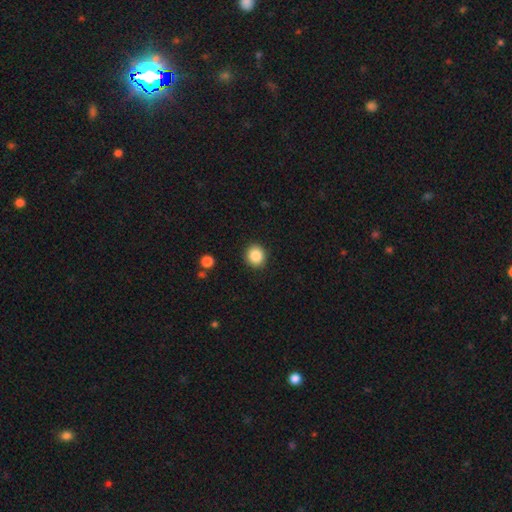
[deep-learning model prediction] A smooth galaxy with no disk features (87%) that is round (88%).

Vote fractions:
- Smooth or featured? smooth: 87% / star or artifact: 9% / featured or disk: 4%
- How rounded? round: 88% / in between: 11% / cigar-shaped: 1%
- Merging? none: 91% / minor disturbance: 6% / major disturbance: 2% / merger: 1%